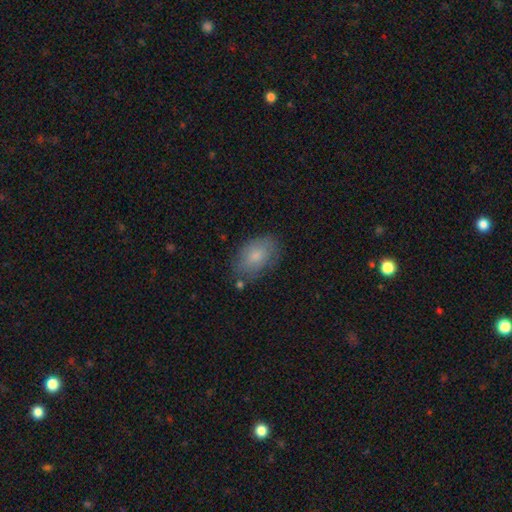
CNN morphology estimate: smooth_or_featured: smooth (p=0.78) [alt: featured or disk p=0.15]
how_rounded: in between (p=0.91) [alt: round p=0.08]
merging: none (p=0.71) [alt: minor disturbance p=0.20]